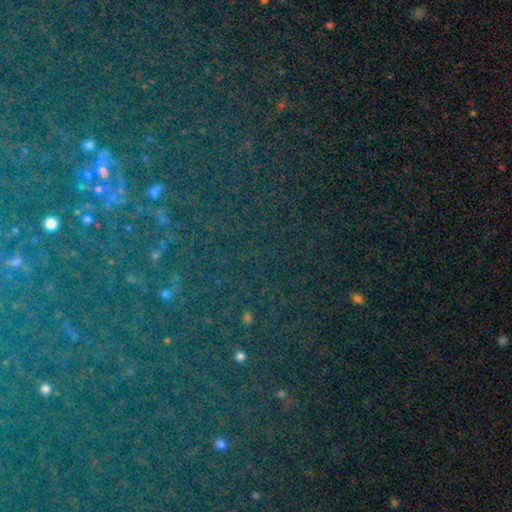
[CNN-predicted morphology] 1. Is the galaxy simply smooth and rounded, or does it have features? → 83% star or artifact, 9% smooth, 8% featured or disk.